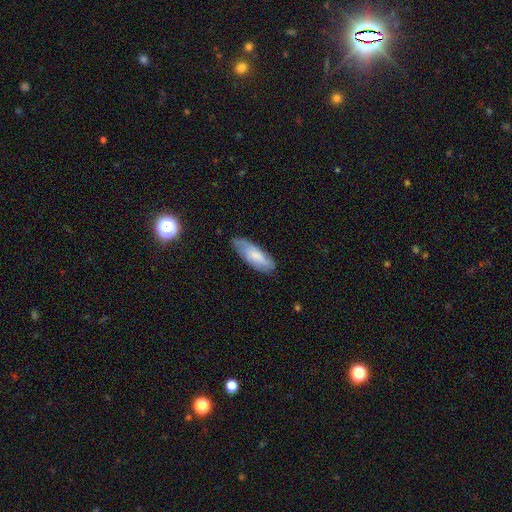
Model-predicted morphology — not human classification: smooth-or-featured: smooth: 68% | featured or disk: 26% | star or artifact: 6%
  how-rounded: in between: 63% | cigar-shaped: 35% | round: 2%
  merging: none: 70% | minor disturbance: 24% | major disturbance: 4% | merger: 1%